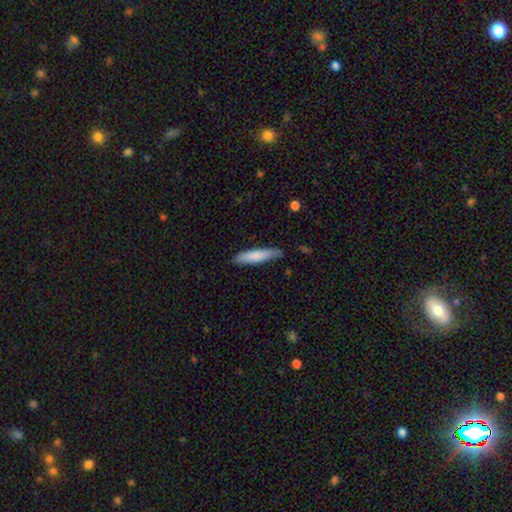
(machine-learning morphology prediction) smooth_or_featured: smooth (p=0.79) [alt: featured or disk p=0.16]
how_rounded: cigar-shaped (p=0.85) [alt: in between p=0.14]
merging: none (p=0.80) [alt: minor disturbance p=0.16]